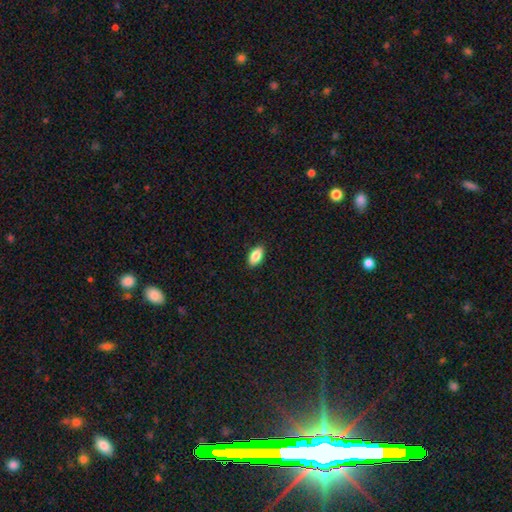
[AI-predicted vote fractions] Morphology: type=smooth (86%); roundness=in between (92%); merging=none (89%).